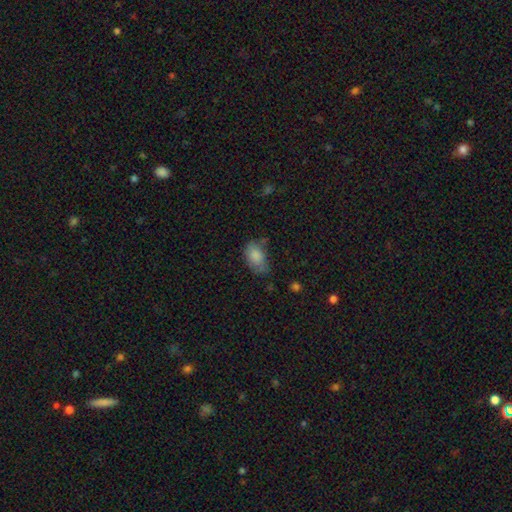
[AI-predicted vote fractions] Smooth or featured: smooth — 82% (featured or disk — 10%)
How rounded: in between — 90% (round — 9%)
Merging: none — 49% (minor disturbance — 35%)